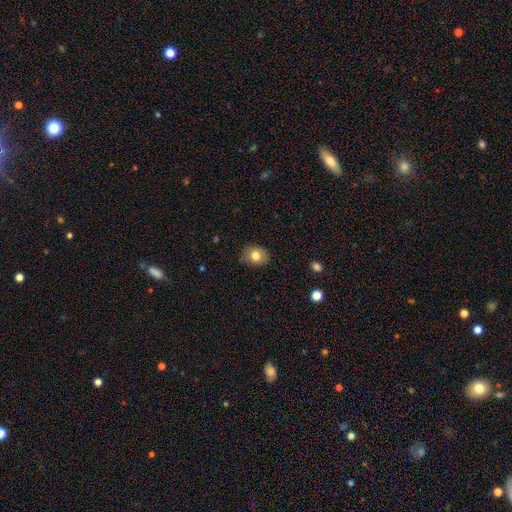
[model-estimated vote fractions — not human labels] Morphology: type=smooth (80%); roundness=round (58%); merging=none (84%).